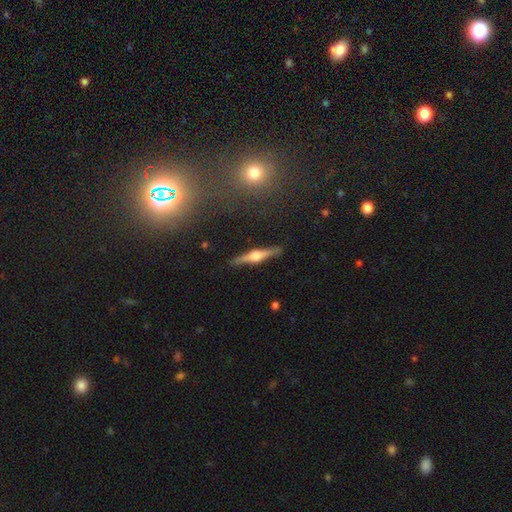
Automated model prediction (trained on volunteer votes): Smooth or featured? featured or disk (75%)
Edge-on disk? yes (98%)
Edge-on bulge? rounded (92%)
Merging? none (89%)